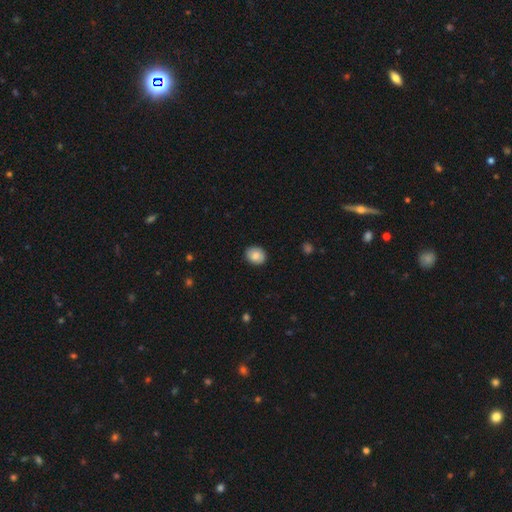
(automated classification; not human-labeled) smooth_or_featured: smooth (p=0.84) [alt: featured or disk p=0.09]
how_rounded: round (p=0.59) [alt: in between p=0.40]
merging: none (p=0.89) [alt: minor disturbance p=0.08]